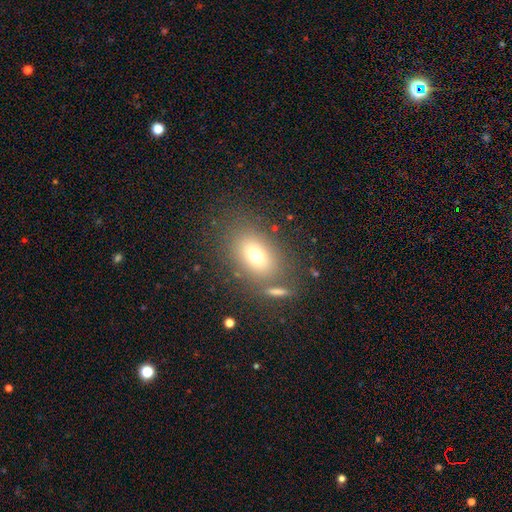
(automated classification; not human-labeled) smooth-or-featured: smooth: 71% | featured or disk: 16% | star or artifact: 13%
  how-rounded: in between: 76% | round: 22% | cigar-shaped: 2%
  merging: none: 73% | minor disturbance: 12% | merger: 10% | major disturbance: 6%